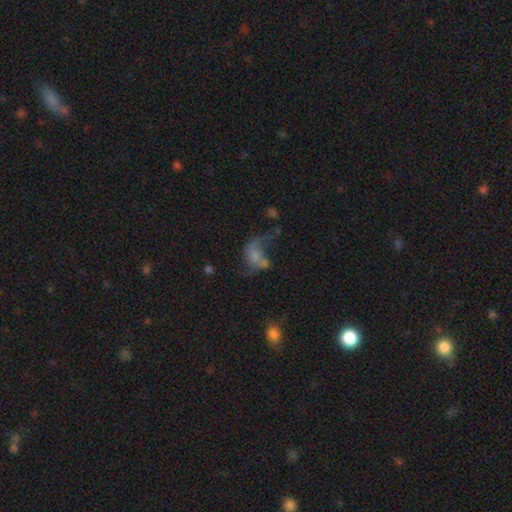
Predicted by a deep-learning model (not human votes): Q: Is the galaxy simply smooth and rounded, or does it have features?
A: smooth — 43%.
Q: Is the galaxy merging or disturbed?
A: major disturbance — 41%.